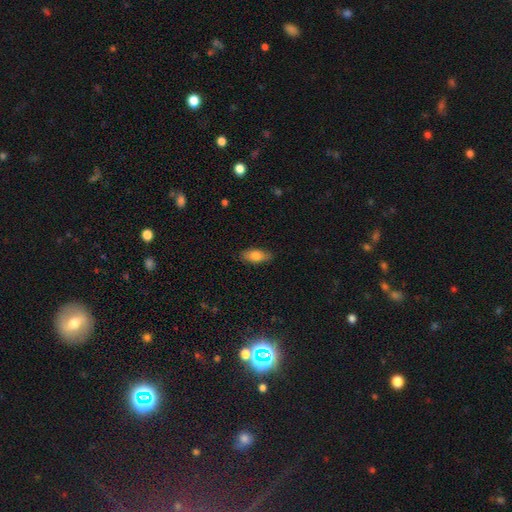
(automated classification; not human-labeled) Morphology: type=smooth (77%); roundness=in between (84%); merging=none (87%).